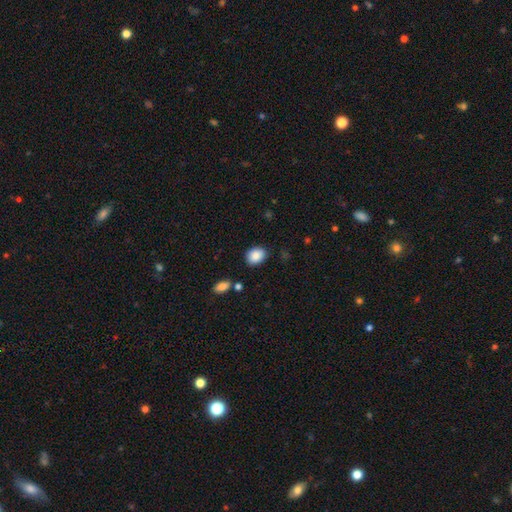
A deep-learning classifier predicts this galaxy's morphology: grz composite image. It shows a smooth galaxy with no disk features (86%) that is in between round and cigar-shaped (61%). Merging: none (85%).